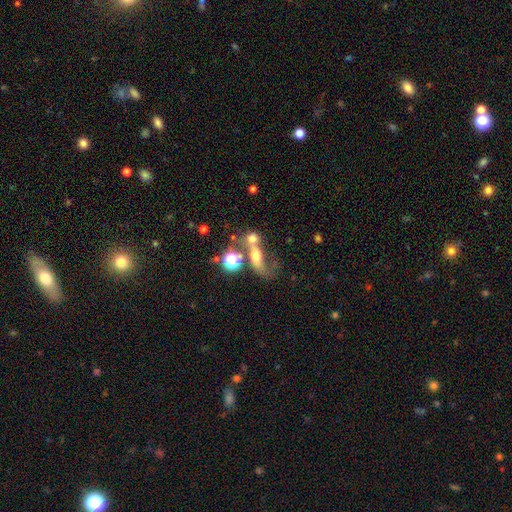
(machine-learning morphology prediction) A smooth galaxy with no disk features (50%).

Vote fractions:
- Smooth or featured? smooth: 50% / featured or disk: 32% / star or artifact: 18%
- Merging? merger: 48% / none: 23% / major disturbance: 18% / minor disturbance: 11%